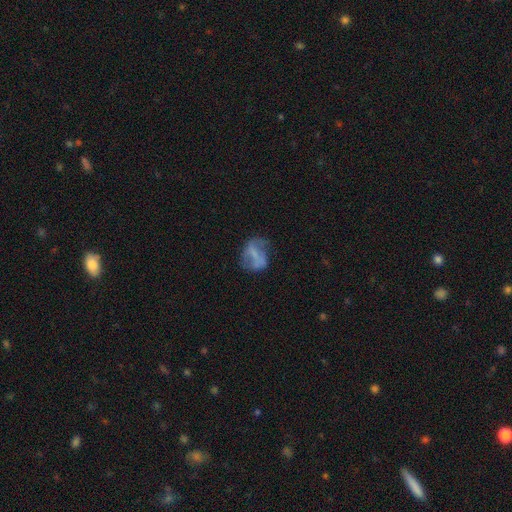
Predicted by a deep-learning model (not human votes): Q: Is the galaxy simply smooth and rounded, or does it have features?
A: featured or disk — 47%.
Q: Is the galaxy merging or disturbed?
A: none — 46%.